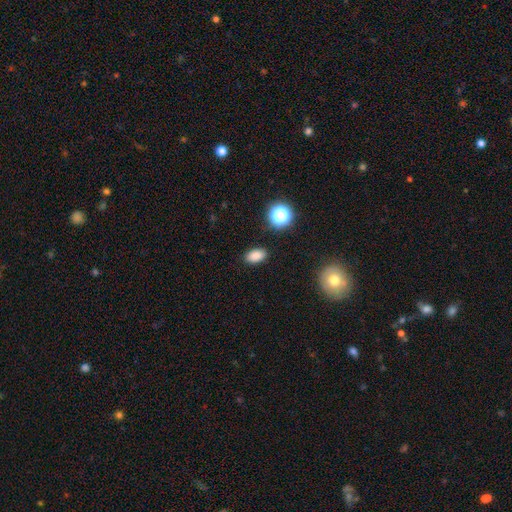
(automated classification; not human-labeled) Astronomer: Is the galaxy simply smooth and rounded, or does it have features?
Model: smooth — 84%.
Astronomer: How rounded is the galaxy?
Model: in between — 88%.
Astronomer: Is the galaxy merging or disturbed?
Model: none — 88%.